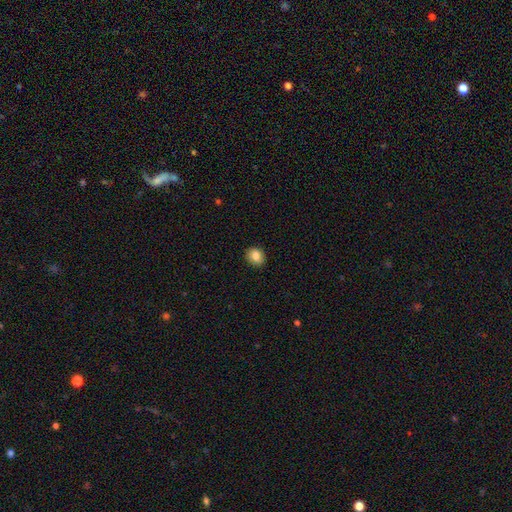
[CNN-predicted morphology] Smooth or featured? Predicted: smooth (p=0.84). How rounded? Predicted: round (p=0.65). Merging? Predicted: none (p=0.90).